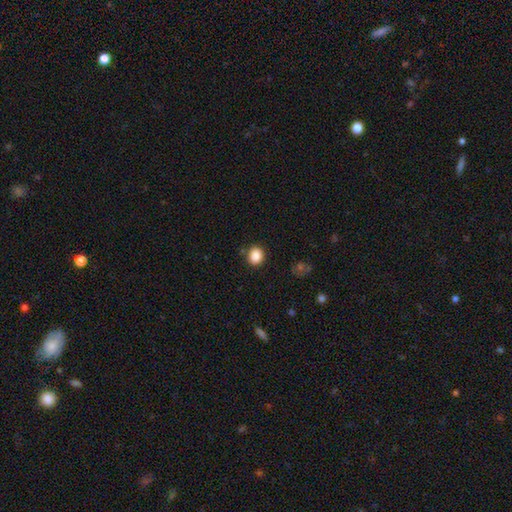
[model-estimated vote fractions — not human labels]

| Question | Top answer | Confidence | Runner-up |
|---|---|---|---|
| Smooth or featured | smooth | 87% | star or artifact (10%) |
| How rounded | round | 69% | in between (30%) |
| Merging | none | 85% | minor disturbance (10%) |